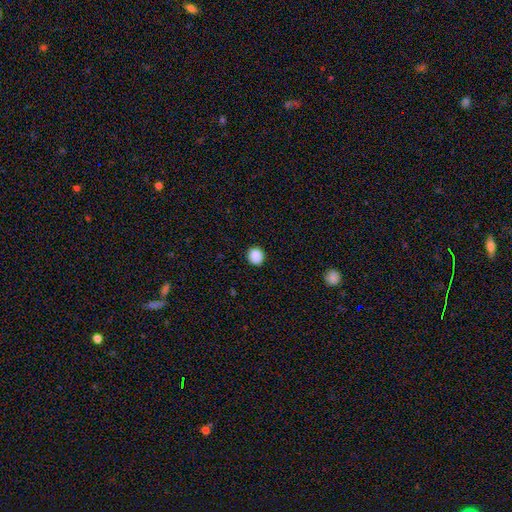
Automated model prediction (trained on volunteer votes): This is clearly a smooth galaxy (89%). How rounded: clearly round (86%). Merging: clearly none (91%).